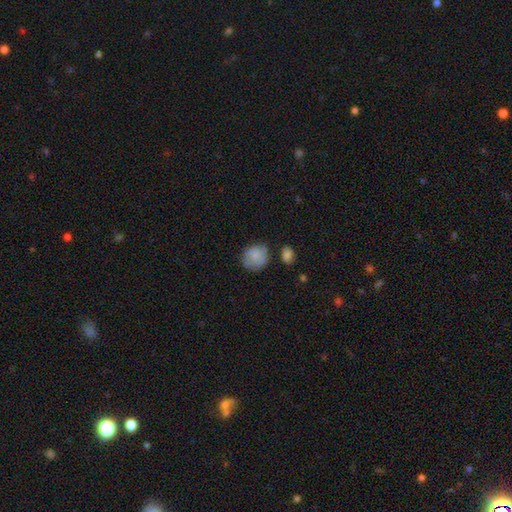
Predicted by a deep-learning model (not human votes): This is clearly a smooth galaxy (81%). How rounded: clearly round (80%). Merging: likely none (65%).